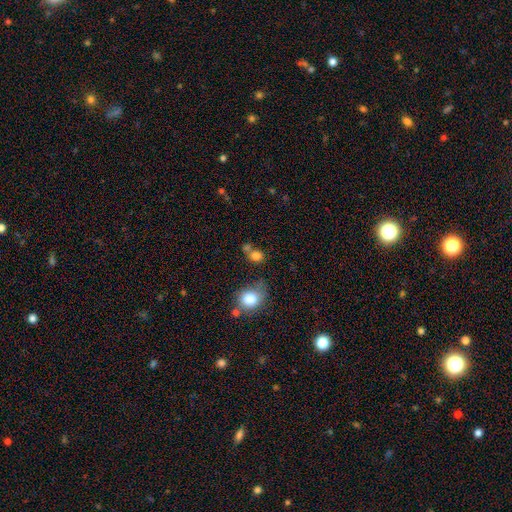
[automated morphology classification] Smooth or featured? Predicted: smooth (p=0.79). How rounded? Predicted: round (p=0.57). Merging? Predicted: none (p=0.49).